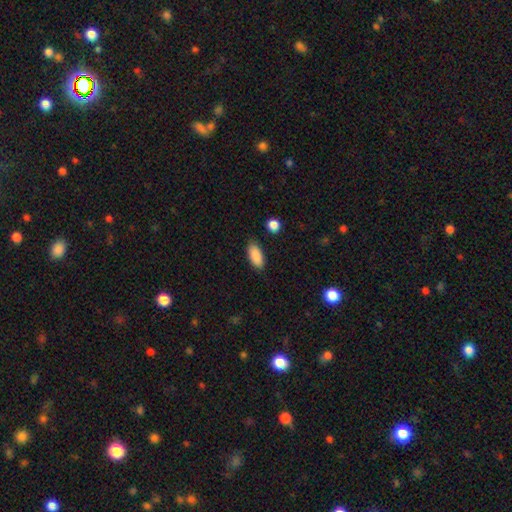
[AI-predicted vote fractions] Smooth or featured?
  - smooth: 89% *
  - star or artifact: 7%
  - featured or disk: 4%
How rounded?
  - in between: 89% *
  - cigar-shaped: 9%
  - round: 2%
Merging?
  - none: 86% *
  - minor disturbance: 10%
  - major disturbance: 2%
  - merger: 2%